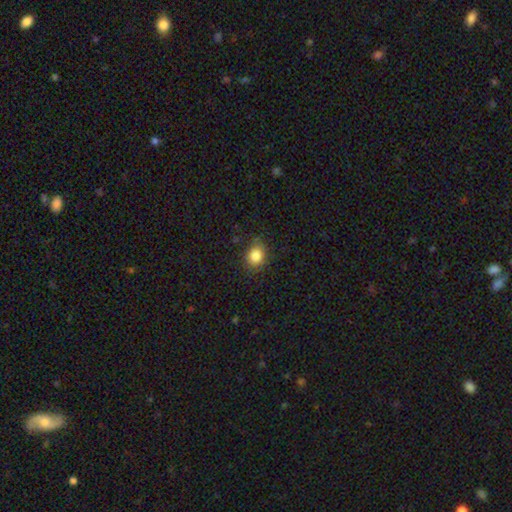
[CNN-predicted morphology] smooth_or_featured: smooth (p=0.84) [alt: star or artifact p=0.10]
how_rounded: round (p=0.56) [alt: in between p=0.43]
merging: none (p=0.78) [alt: minor disturbance p=0.17]